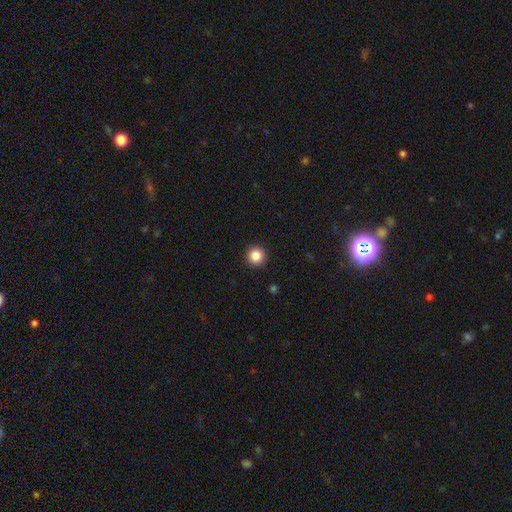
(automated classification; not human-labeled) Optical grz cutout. It shows a smooth galaxy with no disk features (87%) that is round (96%). Merging: none (93%).